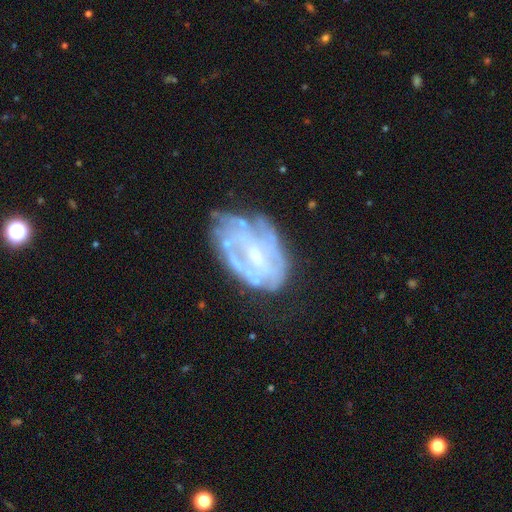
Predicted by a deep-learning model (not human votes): Q: Smooth or featured?
A: featured or disk (74%); runner-up: smooth (17%)
Q: Edge-on disk?
A: no (96%); runner-up: yes (4%)
Q: Bar?
A: no (53%); runner-up: weak (37%)
Q: Spiral arms?
A: no (54%); runner-up: yes (46%)
Q: Bulge size?
A: small (54%); runner-up: moderate (36%)
Q: Merging?
A: none (44%); runner-up: minor disturbance (28%)